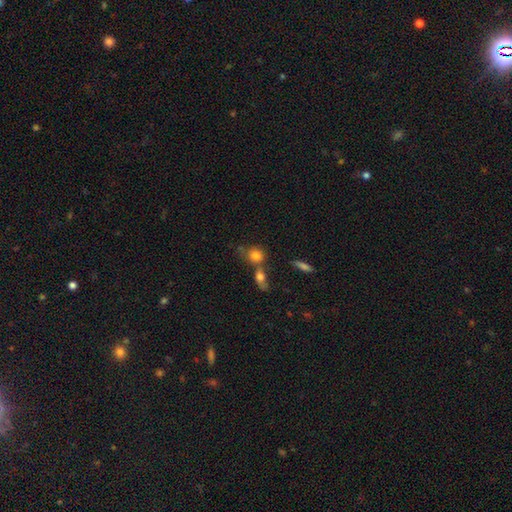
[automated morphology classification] Q: Smooth or featured?
A: smooth (80%); runner-up: featured or disk (10%)
Q: How rounded?
A: round (70%); runner-up: in between (27%)
Q: Merging?
A: none (45%); runner-up: merger (39%)